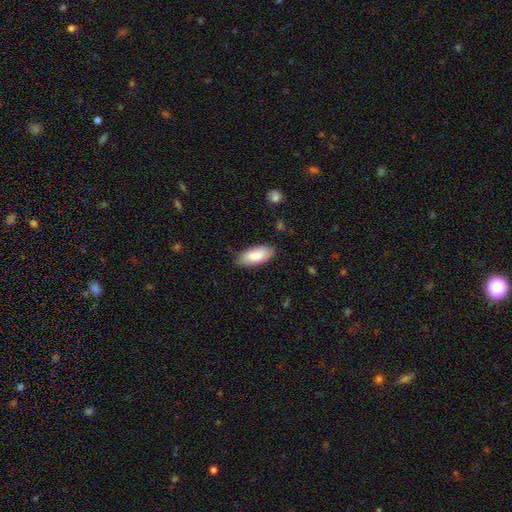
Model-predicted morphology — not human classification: This is clearly a smooth galaxy (84%). How rounded: clearly in between (89%). Merging: clearly none (81%).